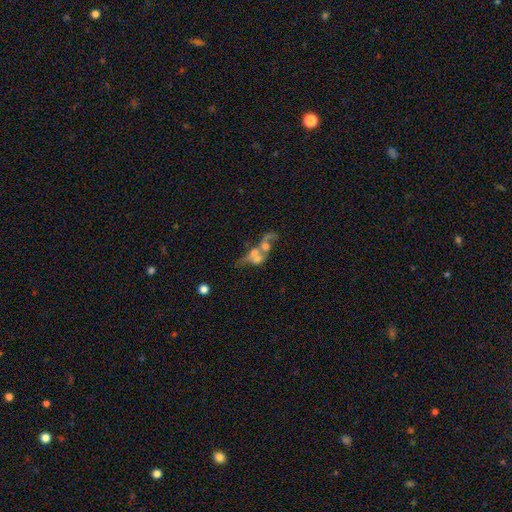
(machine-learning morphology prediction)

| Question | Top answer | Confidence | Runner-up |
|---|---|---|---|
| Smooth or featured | featured or disk | 50% | smooth (35%) |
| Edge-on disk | no | 94% | yes (6%) |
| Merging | merger | 65% | major disturbance (15%) |